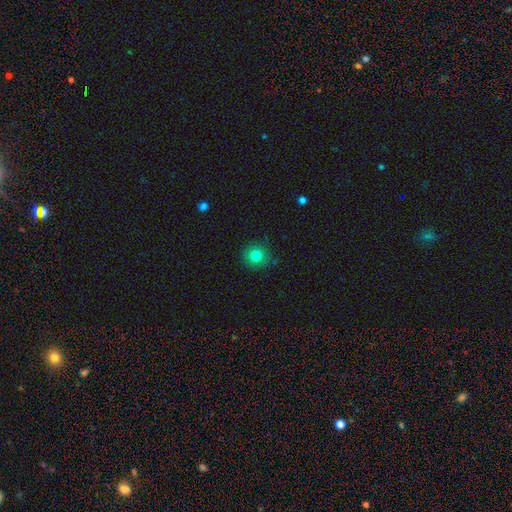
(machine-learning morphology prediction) Smooth or featured?
  - smooth: 81% *
  - star or artifact: 12%
  - featured or disk: 7%
How rounded?
  - round: 91% *
  - in between: 8%
  - cigar-shaped: 1%
Merging?
  - none: 85% *
  - minor disturbance: 11%
  - major disturbance: 3%
  - merger: 2%